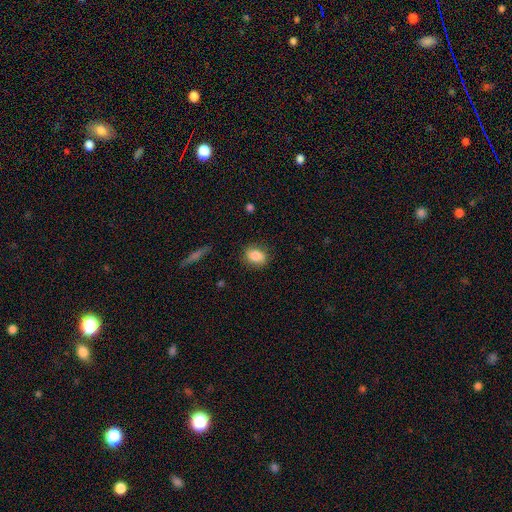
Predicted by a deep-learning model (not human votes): The model was most divided on "how rounded": in between: 68%, round: 30%, cigar-shaped: 2%. More confident: smooth or featured — smooth (83%); merging — none (77%).